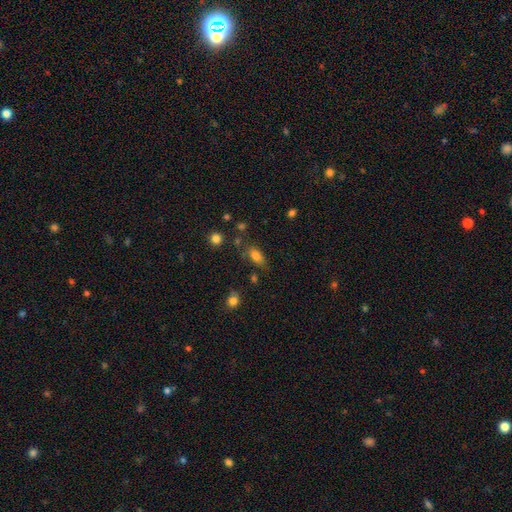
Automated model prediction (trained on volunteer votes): Smooth or featured? smooth (80%)
How rounded? in between (85%)
Merging? none (68%)